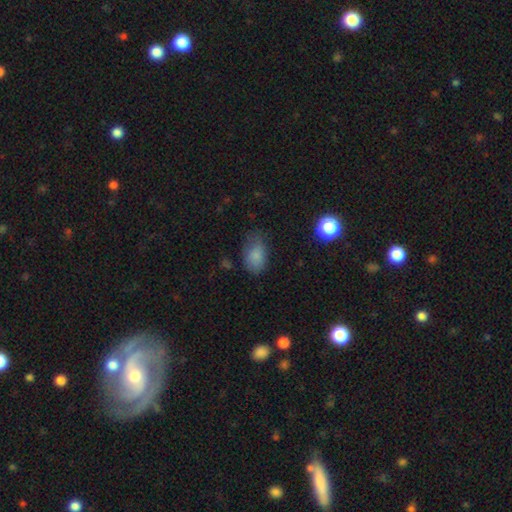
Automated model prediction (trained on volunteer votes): Smooth or featured? Predicted: smooth (p=0.82). How rounded? Predicted: in between (p=0.86). Merging? Predicted: none (p=0.58).